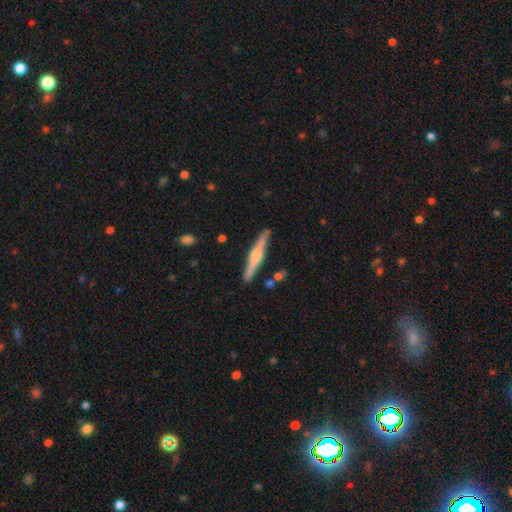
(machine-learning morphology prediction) Overall: featured or disk (69%). Edge-on disk: yes (98%). Edge-on bulge: rounded (81%). Merging: none (88%).